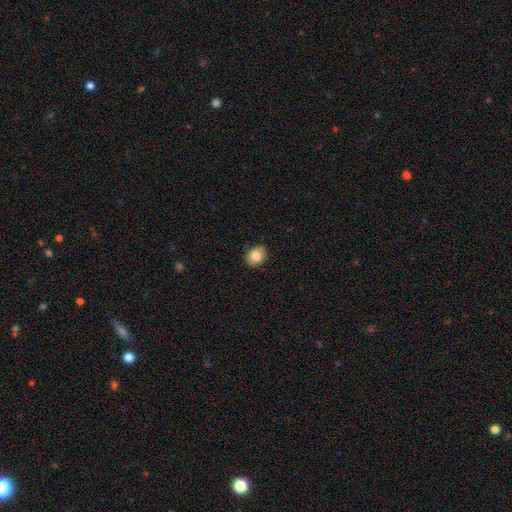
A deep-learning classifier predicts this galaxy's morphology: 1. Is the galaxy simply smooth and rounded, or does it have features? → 85% smooth, 8% star or artifact, 7% featured or disk.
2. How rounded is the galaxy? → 52% in between, 47% round, 1% cigar-shaped.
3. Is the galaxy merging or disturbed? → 83% none, 13% minor disturbance, 2% major disturbance, 1% merger.